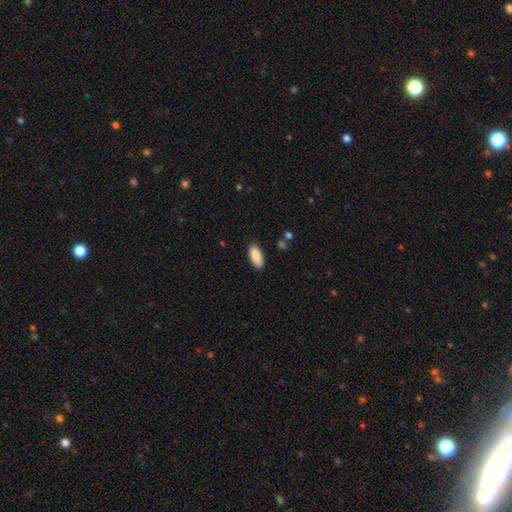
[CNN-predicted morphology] Q: Smooth or featured?
A: smooth (87%); runner-up: featured or disk (7%)
Q: How rounded?
A: in between (83%); runner-up: cigar-shaped (15%)
Q: Merging?
A: none (86%); runner-up: minor disturbance (10%)